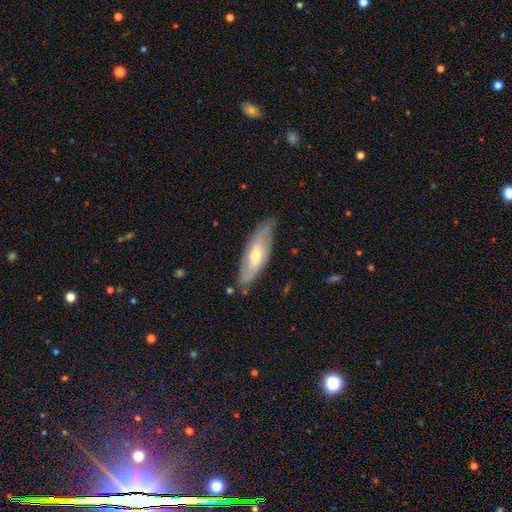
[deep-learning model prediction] Smooth or featured?
  - featured or disk: 60% *
  - smooth: 34%
  - star or artifact: 6%
Edge-on disk?
  - no: 73% *
  - yes: 27%
Merging?
  - none: 77% *
  - minor disturbance: 18%
  - major disturbance: 4%
  - merger: 2%